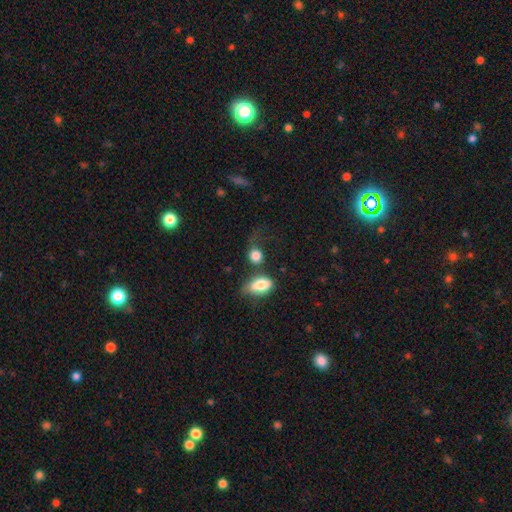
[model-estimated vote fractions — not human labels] Smooth or featured? Predicted: smooth (p=0.81). How rounded? Predicted: round (p=0.62). Merging? Predicted: none (p=0.36).